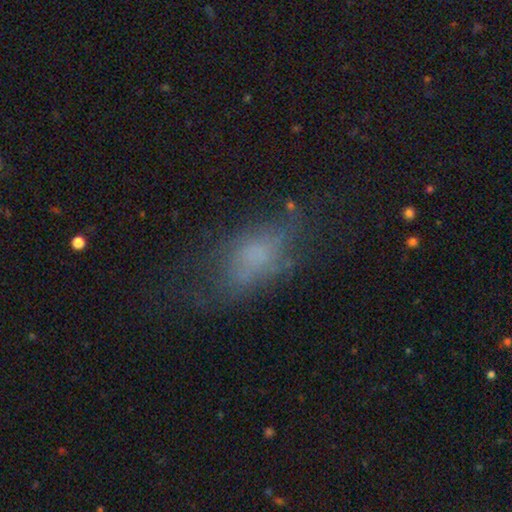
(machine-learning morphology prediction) Overall: smooth (58%; featured or disk 26%). How rounded: in between (84%). Merging: none (46%; minor disturbance 26%).